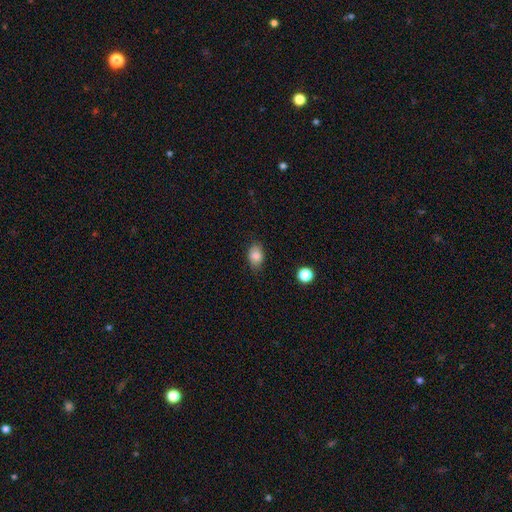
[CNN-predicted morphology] Overall: smooth (85%). How rounded: in between (83%). Merging: none (79%).